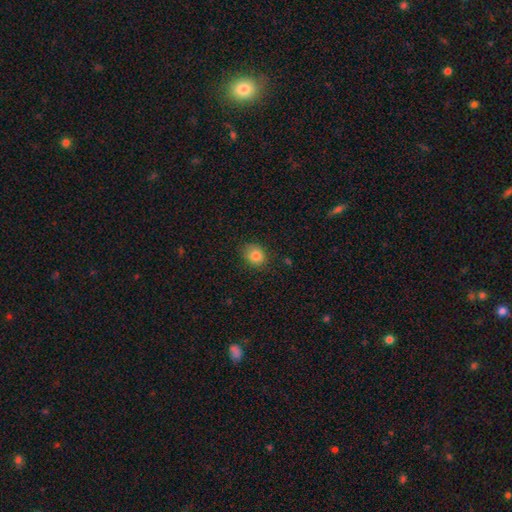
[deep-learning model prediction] Q: Smooth or featured?
A: smooth (83%); runner-up: star or artifact (10%)
Q: How rounded?
A: round (56%); runner-up: in between (43%)
Q: Merging?
A: none (79%); runner-up: minor disturbance (17%)